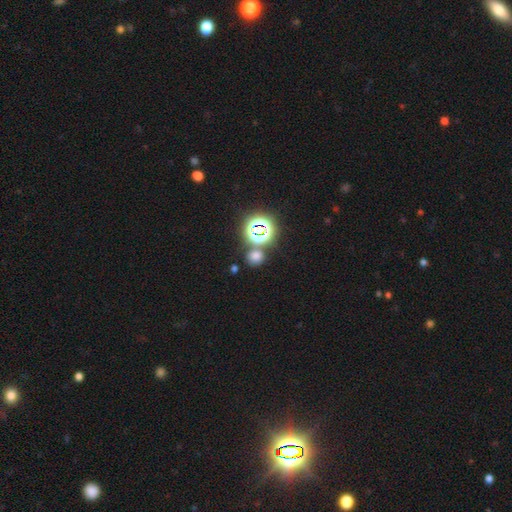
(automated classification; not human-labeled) Overall: smooth (59%; star or artifact 35%). How rounded: round (79%). Merging: none (74%).